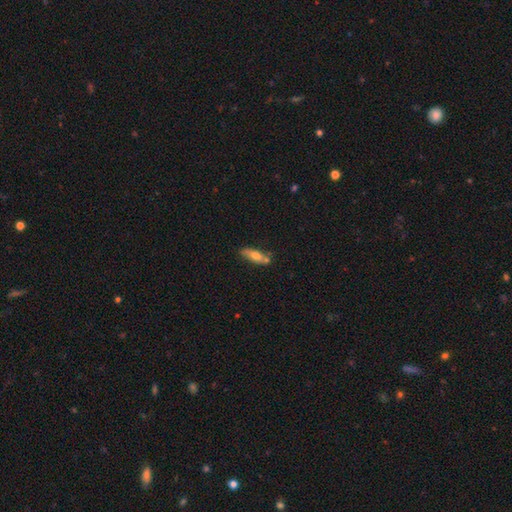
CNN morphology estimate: smooth-or-featured: smooth: 60% | featured or disk: 34% | star or artifact: 6%
  how-rounded: cigar-shaped: 52% | in between: 46% | round: 3%
  merging: none: 68% | minor disturbance: 17% | merger: 11% | major disturbance: 4%